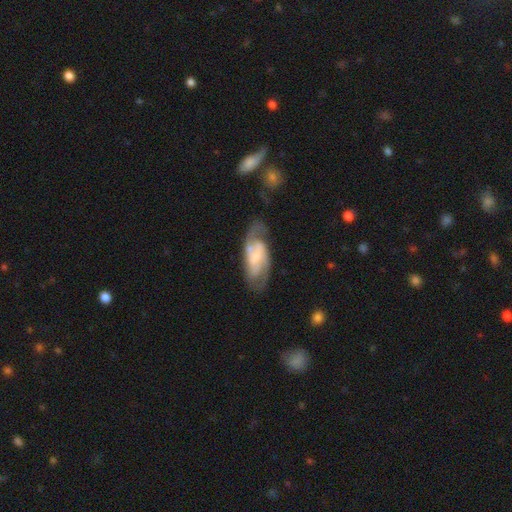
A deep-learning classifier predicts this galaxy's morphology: smooth-or-featured: featured or disk: 76% | smooth: 19% | star or artifact: 5%
  disk-edge-on: no: 93% | yes: 7%
    bar: no: 42% | weak: 41% | strong: 17%
    has-spiral-arms: yes: 91% | no: 9%
      spiral-winding: medium: 48% | tight: 30% | loose: 22%
      spiral-arm-count: 2: 72% | can't tell: 15% | 3: 5% | 1: 4% | 4: 2% | more than 4: 2%
    bulge-size: small: 57% | moderate: 26% | none: 12% | large: 4% | dominant: 1%
  merging: none: 61% | minor disturbance: 22% | major disturbance: 13% | merger: 4%